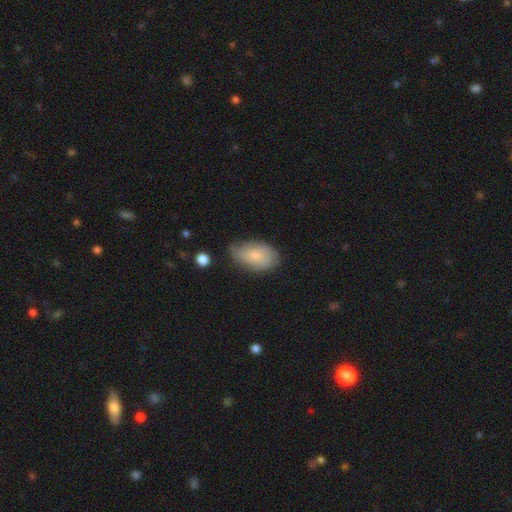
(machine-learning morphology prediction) The model was most divided on "merging": none: 61%, minor disturbance: 30%, major disturbance: 7%, merger: 2%. More confident: how rounded — in between (91%); smooth or featured — smooth (66%).